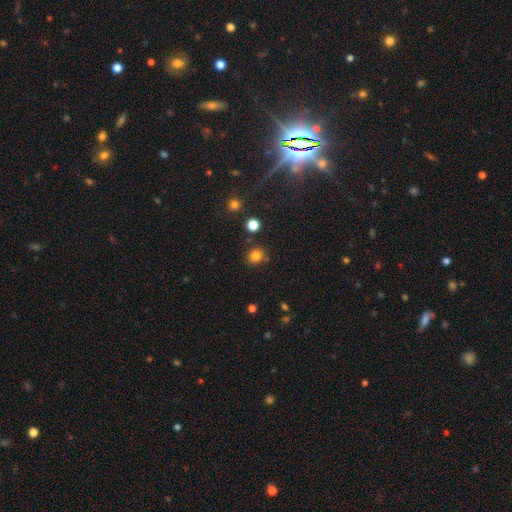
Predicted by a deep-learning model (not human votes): A smooth galaxy with no disk features (81%) that is round (77%).

Vote fractions:
- Smooth or featured? smooth: 81% / star or artifact: 14% / featured or disk: 5%
- How rounded? round: 77% / in between: 22% / cigar-shaped: 1%
- Merging? none: 78% / minor disturbance: 11% / merger: 8% / major disturbance: 3%